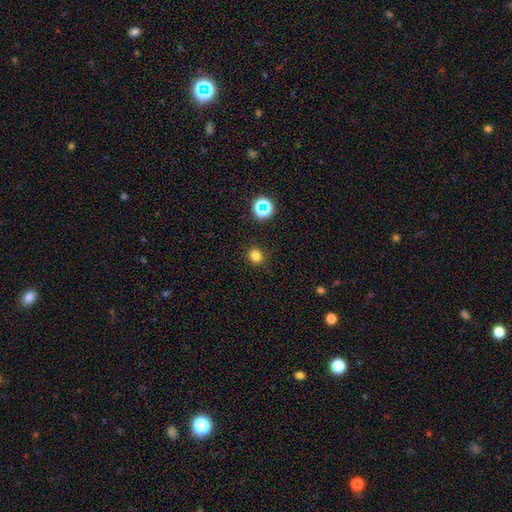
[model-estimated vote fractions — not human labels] Smooth or featured? smooth (79%)
How rounded? round (83%)
Merging? none (89%)